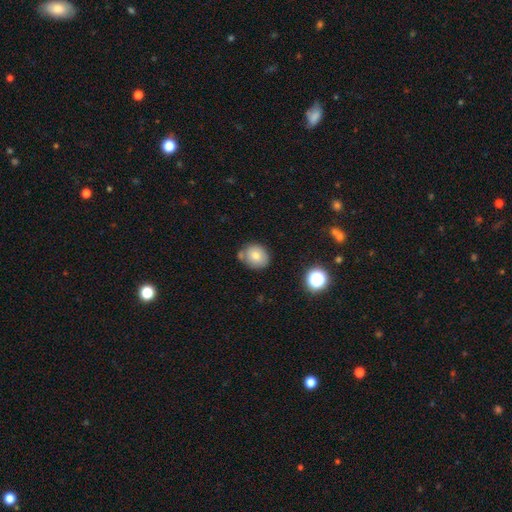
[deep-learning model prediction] Smooth or featured: smooth — 76% (featured or disk — 13%)
How rounded: round — 66% (in between — 33%)
Merging: none — 66% (minor disturbance — 17%)